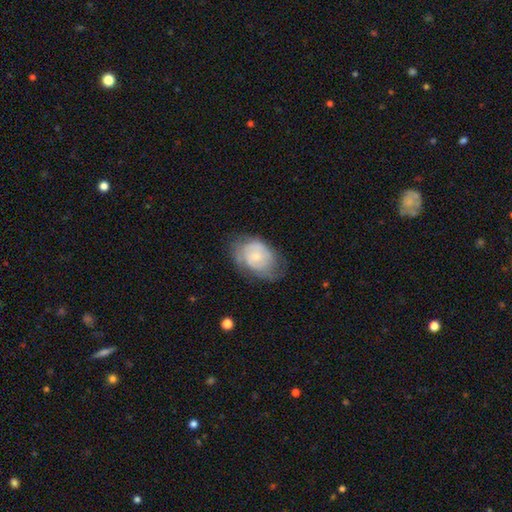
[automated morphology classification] Smooth or featured? Predicted: featured or disk (p=0.53). Edge-on disk? Predicted: no (p=0.97). Bar? Predicted: no (p=0.77). Spiral arms? Predicted: yes (p=0.70). Bulge size? Predicted: small (p=0.65). Merging? Predicted: none (p=0.54).